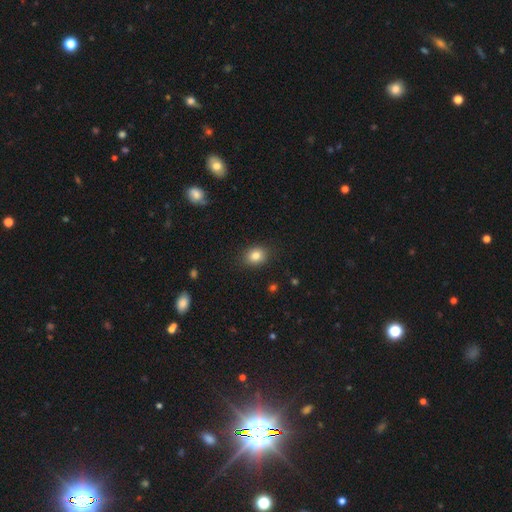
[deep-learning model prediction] The model was most divided on "how rounded": in between: 53%, round: 46%, cigar-shaped: 1%. More confident: merging — none (87%); smooth or featured — smooth (83%).